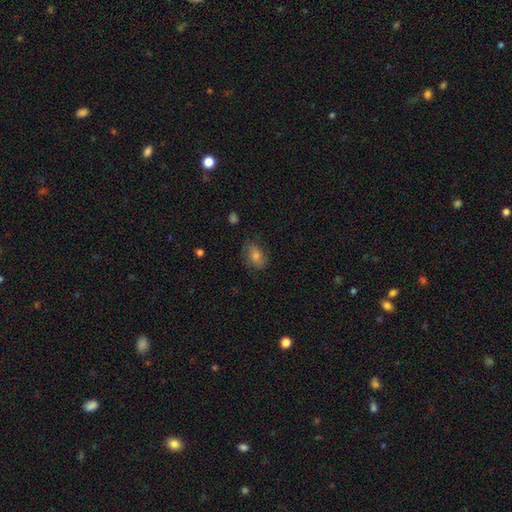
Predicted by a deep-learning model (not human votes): smooth 57%, featured or disk 24%, star or artifact 19%. Down the decision tree: how rounded — in between (74%); merging — none (74%).